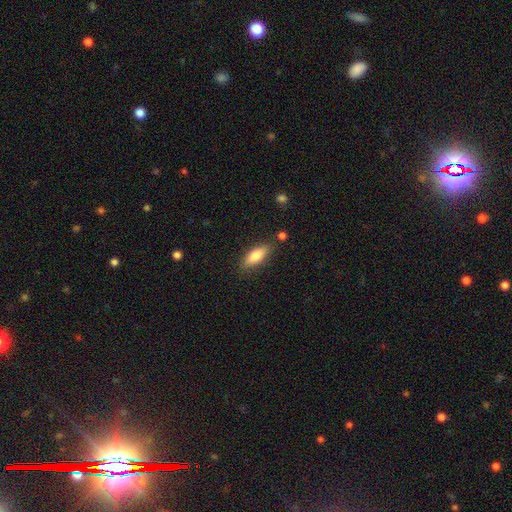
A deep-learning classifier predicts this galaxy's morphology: A smooth galaxy with no disk features (79%) that is in between round and cigar-shaped (70%).

Vote fractions:
- Smooth or featured? smooth: 79% / featured or disk: 14% / star or artifact: 7%
- How rounded? in between: 70% / cigar-shaped: 28% / round: 2%
- Merging? none: 82% / minor disturbance: 12% / merger: 3% / major disturbance: 3%